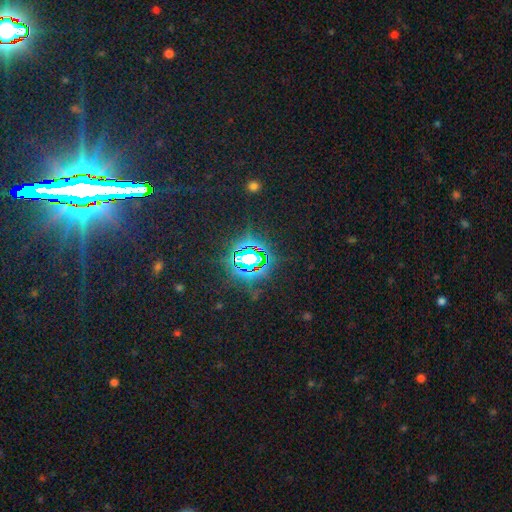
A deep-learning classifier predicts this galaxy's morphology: Smooth or featured? Predicted: star or artifact (p=0.83).